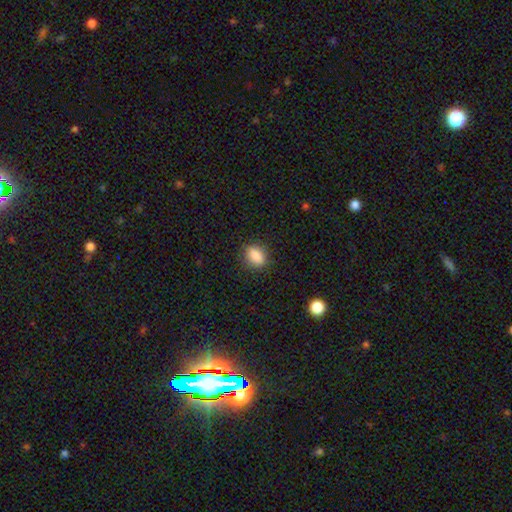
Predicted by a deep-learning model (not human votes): Smooth or featured: smooth — 87% (star or artifact — 9%)
How rounded: in between — 75% (round — 21%)
Merging: none — 85% (minor disturbance — 11%)